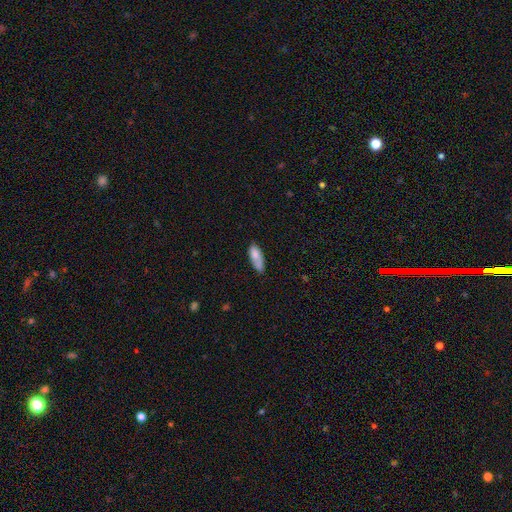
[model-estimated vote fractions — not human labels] The model was most divided on "merging": none: 55%, minor disturbance: 31%, major disturbance: 7%, merger: 7%. More confident: smooth or featured — smooth (79%); how rounded — in between (77%).